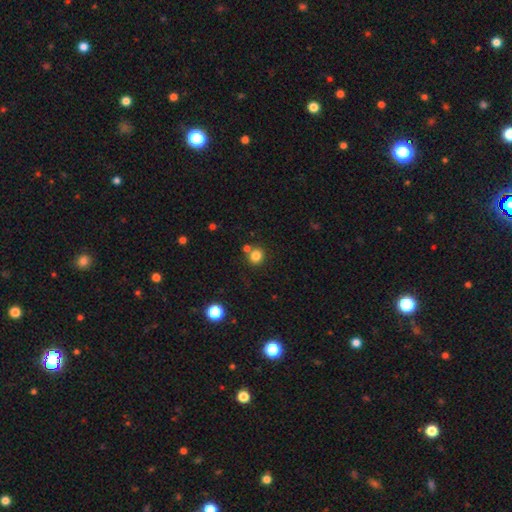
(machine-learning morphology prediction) smooth_or_featured: smooth (p=0.82) [alt: star or artifact p=0.13]
how_rounded: round (p=0.87) [alt: in between p=0.12]
merging: none (p=0.74) [alt: merger p=0.15]